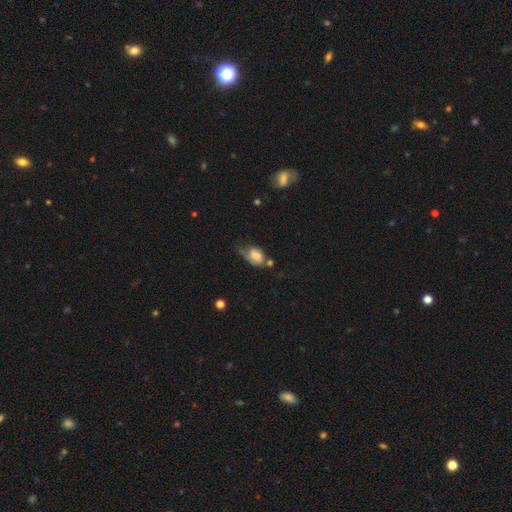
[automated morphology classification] Smooth or featured? Predicted: smooth (p=0.57). How rounded? Predicted: in between (p=0.83). Merging? Predicted: major disturbance (p=0.30, tied with minor disturbance).